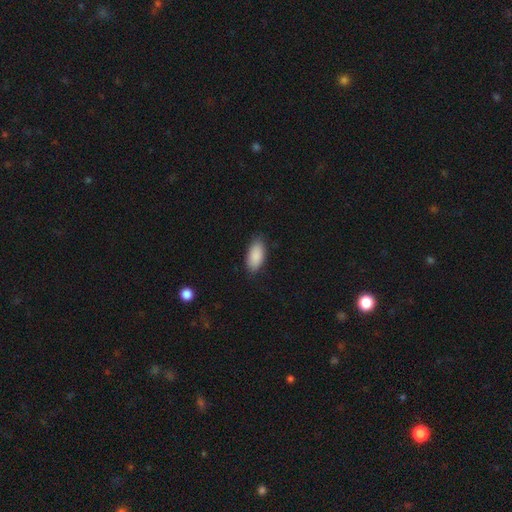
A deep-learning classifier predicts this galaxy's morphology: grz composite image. It shows a smooth galaxy with no disk features (90%) that is in between round and cigar-shaped (92%). Merging: none (85%).